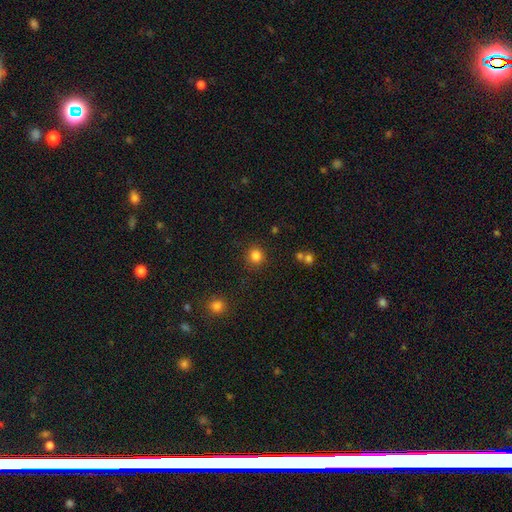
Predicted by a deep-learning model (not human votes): smooth 83%, star or artifact 13%, featured or disk 4%. Down the decision tree: how rounded — round (88%); merging — none (87%).